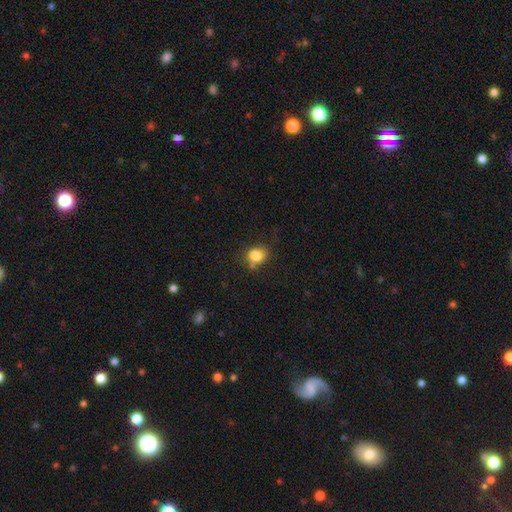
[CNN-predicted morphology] This appears to be a smooth galaxy with no disk features (83%) that is round (54%). Merging: none (59%).